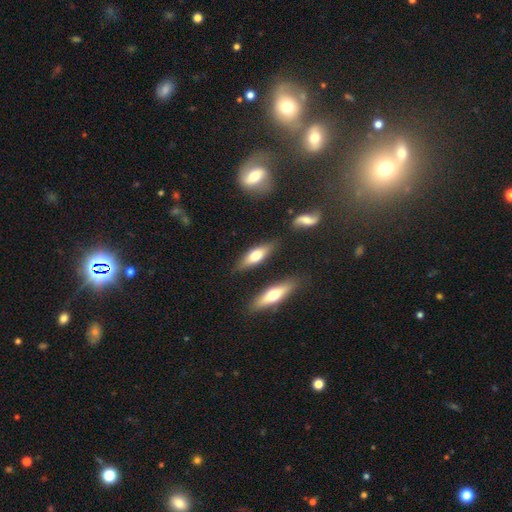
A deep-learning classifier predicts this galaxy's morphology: smooth-or-featured: smooth: 61% | featured or disk: 32% | star or artifact: 7%
  how-rounded: in between: 54% | cigar-shaped: 42% | round: 3%
  merging: none: 79% | minor disturbance: 13% | merger: 5% | major disturbance: 3%